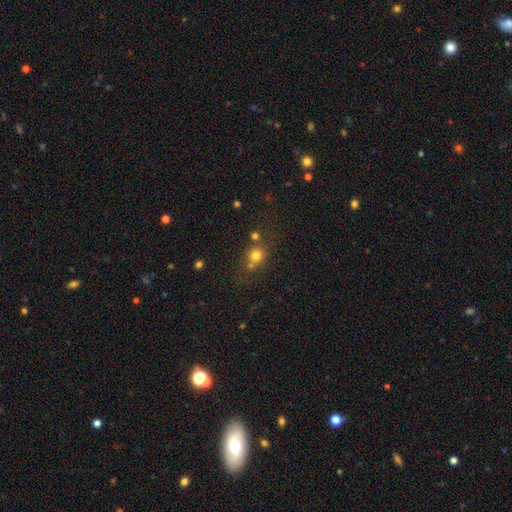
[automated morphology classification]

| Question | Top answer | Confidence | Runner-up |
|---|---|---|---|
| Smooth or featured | smooth | 74% | star or artifact (16%) |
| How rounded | round | 79% | in between (19%) |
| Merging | none | 60% | merger (23%) |